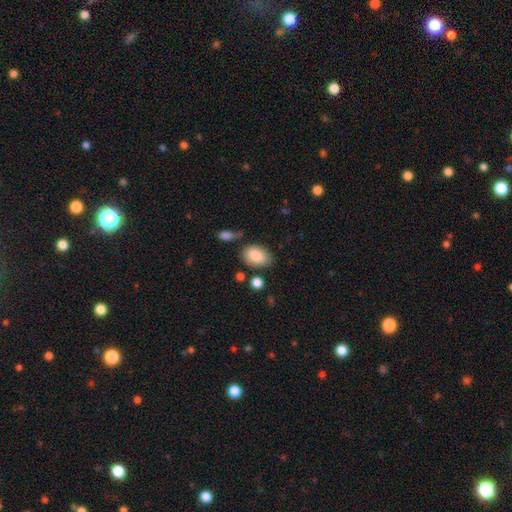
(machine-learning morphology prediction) smooth_or_featured: smooth (p=0.86) [alt: featured or disk p=0.07]
how_rounded: in between (p=0.88) [alt: round p=0.10]
merging: none (p=0.71) [alt: minor disturbance p=0.17]